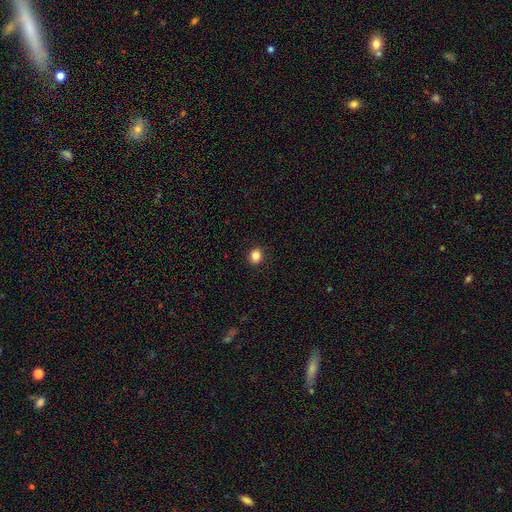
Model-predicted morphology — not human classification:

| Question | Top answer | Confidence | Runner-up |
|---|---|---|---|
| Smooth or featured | smooth | 85% | star or artifact (11%) |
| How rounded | round | 75% | in between (25%) |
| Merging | none | 91% | minor disturbance (6%) |